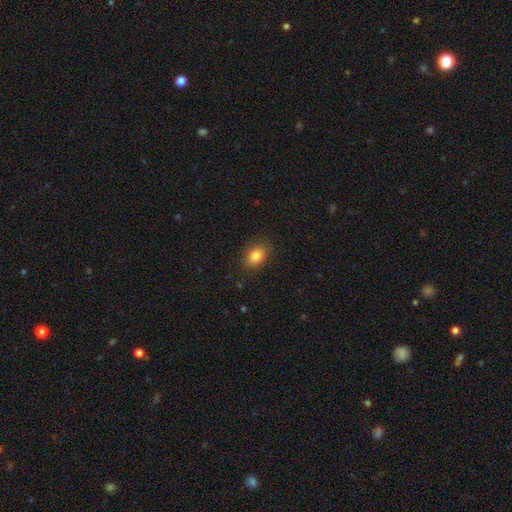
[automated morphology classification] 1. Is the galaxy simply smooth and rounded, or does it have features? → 84% smooth, 9% star or artifact, 7% featured or disk.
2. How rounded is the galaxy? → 76% in between, 23% round, 1% cigar-shaped.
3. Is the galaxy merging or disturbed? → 85% none, 11% minor disturbance, 3% major disturbance, 1% merger.